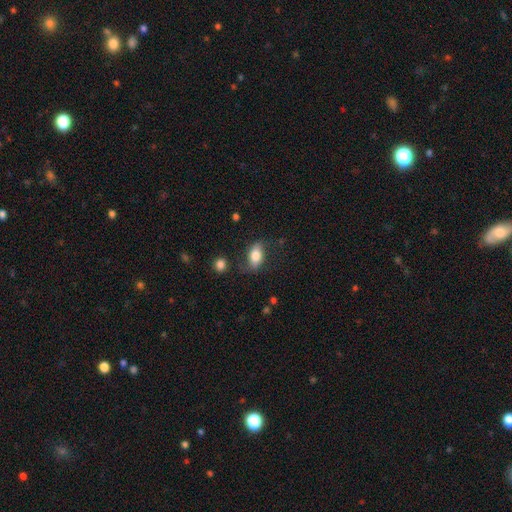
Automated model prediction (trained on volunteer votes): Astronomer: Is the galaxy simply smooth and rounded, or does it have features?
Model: smooth — 73%.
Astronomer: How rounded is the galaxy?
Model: in between — 88%.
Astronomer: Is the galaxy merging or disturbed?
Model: none — 69%.